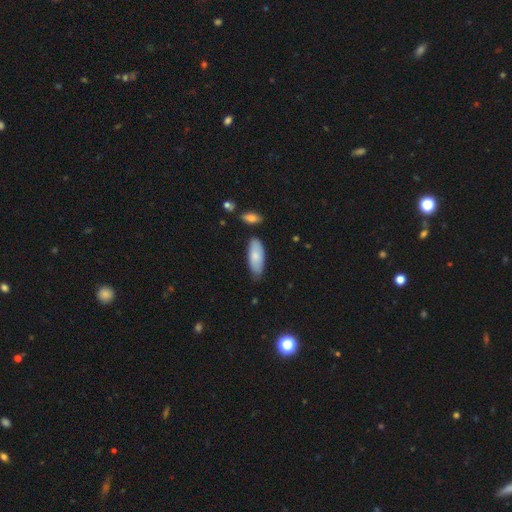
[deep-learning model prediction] Q: Smooth or featured?
A: smooth (81%); runner-up: featured or disk (14%)
Q: How rounded?
A: in between (81%); runner-up: cigar-shaped (17%)
Q: Merging?
A: none (70%); runner-up: minor disturbance (23%)